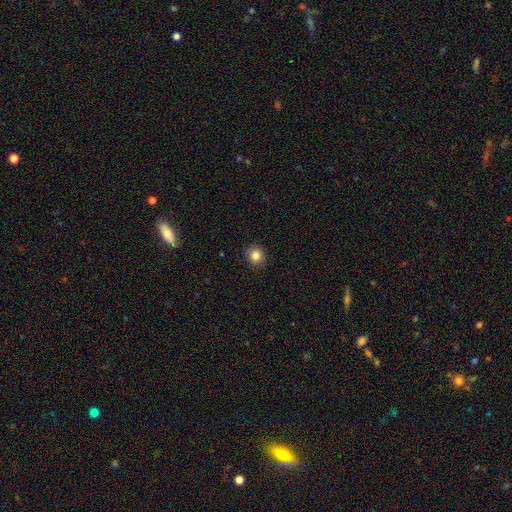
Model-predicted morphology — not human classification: Overall: smooth (83%). How rounded: round (89%). Merging: none (88%).